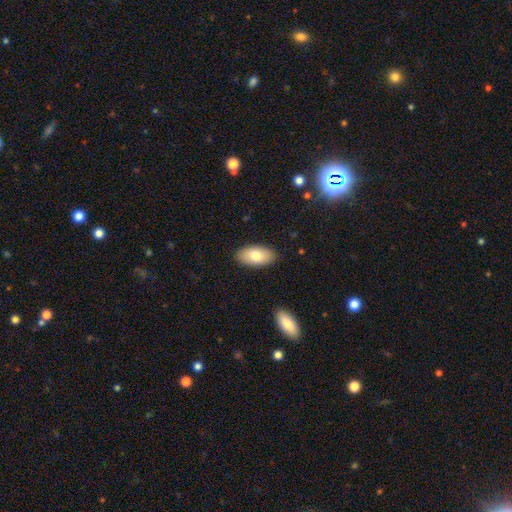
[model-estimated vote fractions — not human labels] Morphology: type=smooth (78%); roundness=in between (94%); merging=none (89%).